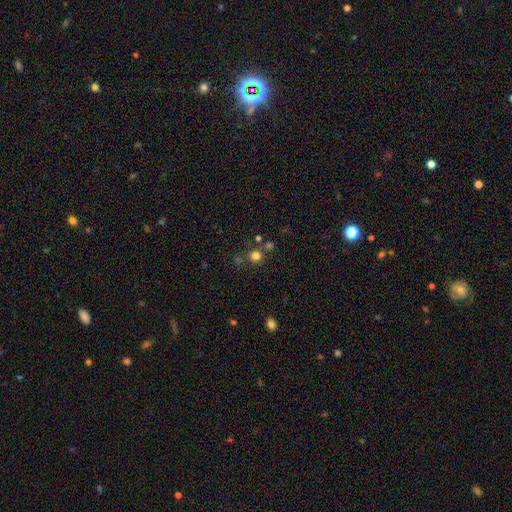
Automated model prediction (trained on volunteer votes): Smooth or featured: smooth — 74% (star or artifact — 19%)
How rounded: round — 92% (in between — 7%)
Merging: none — 74% (merger — 14%)